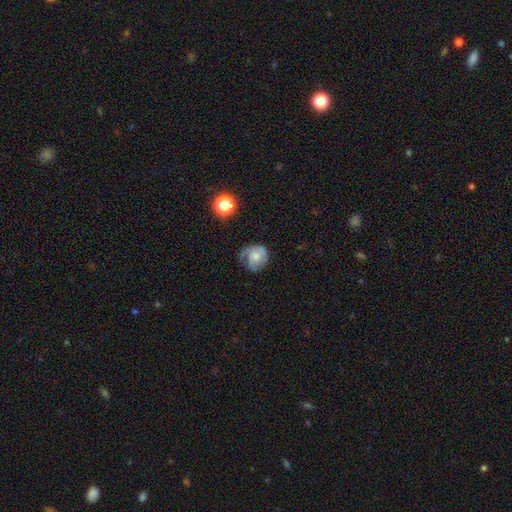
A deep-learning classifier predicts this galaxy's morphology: Smooth or featured: featured or disk — 46% (smooth — 45%)
Merging: none — 49% (minor disturbance — 29%)